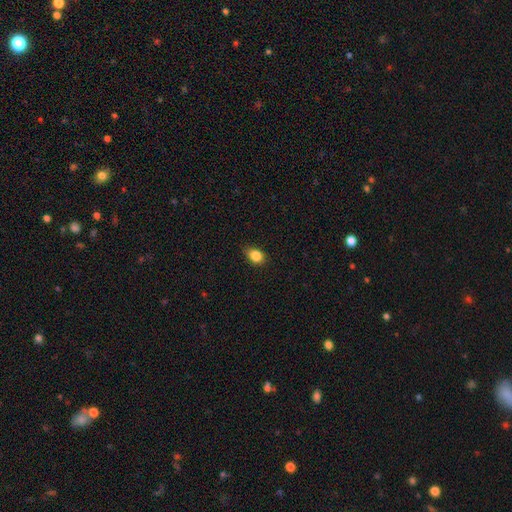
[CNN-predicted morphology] Overall: smooth (85%). How rounded: in between (62%; round 37%). Merging: none (80%).